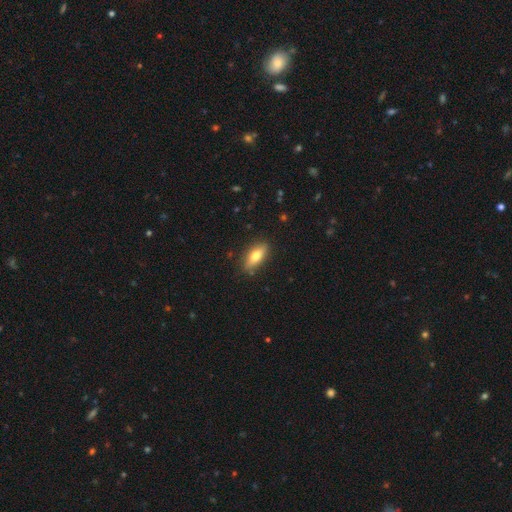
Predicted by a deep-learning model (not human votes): Smooth or featured: smooth — 72% (featured or disk — 21%)
How rounded: in between — 77% (cigar-shaped — 20%)
Merging: none — 84% (minor disturbance — 12%)